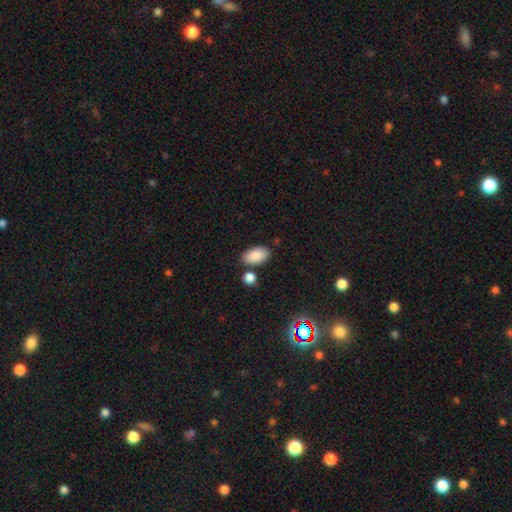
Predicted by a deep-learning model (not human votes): A smooth galaxy with no disk features (88%) that is in between round and cigar-shaped (94%). Merging: none (76%).